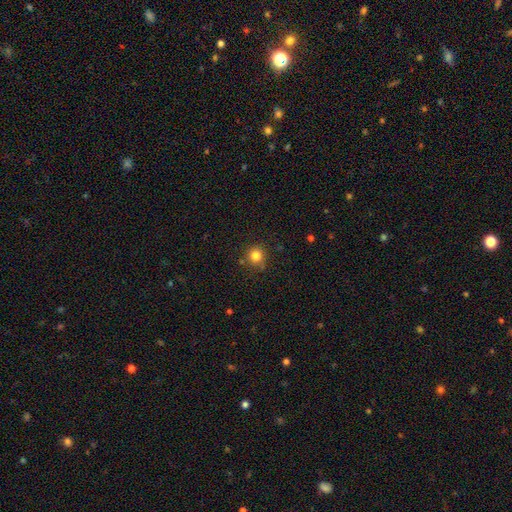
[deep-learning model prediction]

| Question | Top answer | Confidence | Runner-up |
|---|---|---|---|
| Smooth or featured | smooth | 82% | star or artifact (12%) |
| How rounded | round | 91% | in between (8%) |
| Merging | none | 79% | minor disturbance (14%) |